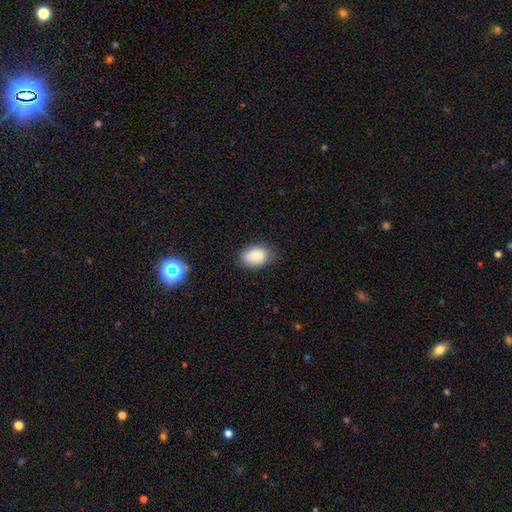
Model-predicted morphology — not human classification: type=smooth (85%); roundness=in between (83%); merging=none (80%).